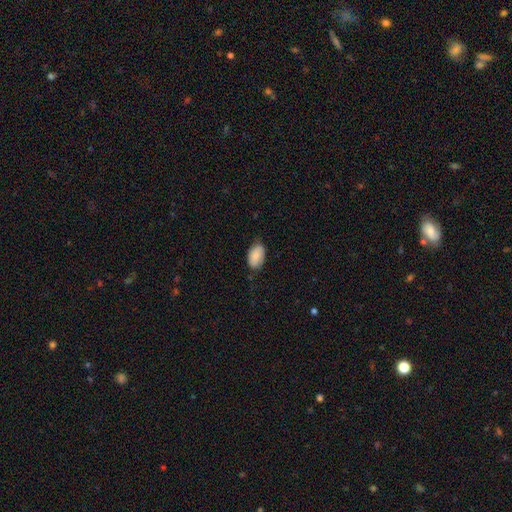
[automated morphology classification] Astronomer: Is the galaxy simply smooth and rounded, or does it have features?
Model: smooth — 85%.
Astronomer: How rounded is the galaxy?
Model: in between — 93%.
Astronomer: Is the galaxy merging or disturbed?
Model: none — 76%.